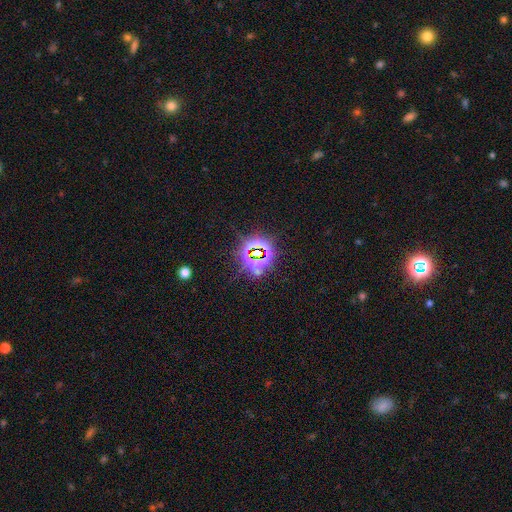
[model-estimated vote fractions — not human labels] Q: Smooth or featured?
A: star or artifact (78%); runner-up: smooth (13%)